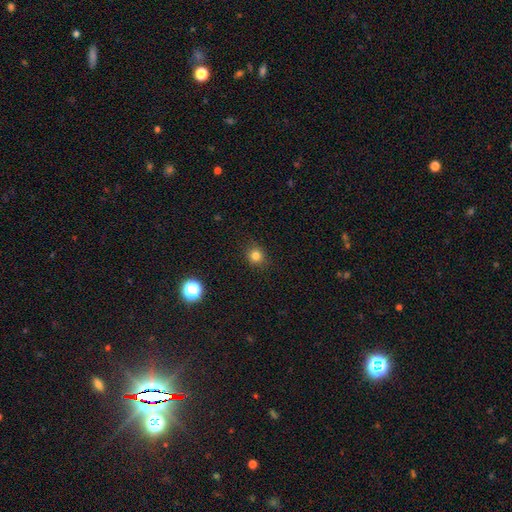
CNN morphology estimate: Overall: smooth (80%). How rounded: round (86%). Merging: none (86%).